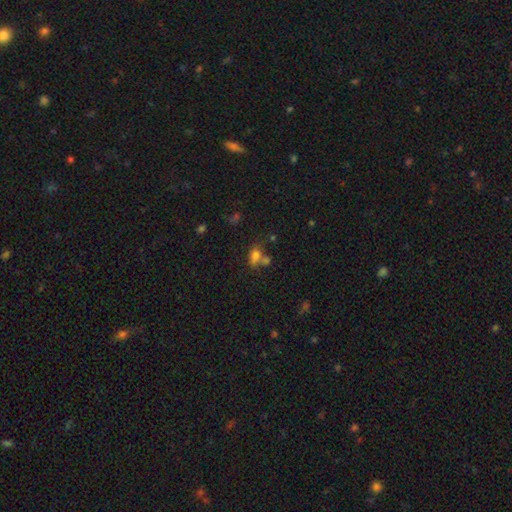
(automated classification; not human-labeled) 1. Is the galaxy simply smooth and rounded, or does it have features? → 70% smooth, 17% star or artifact, 13% featured or disk.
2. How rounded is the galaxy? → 68% in between, 28% round, 4% cigar-shaped.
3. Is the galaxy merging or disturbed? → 41% none, 36% merger, 15% minor disturbance, 9% major disturbance.